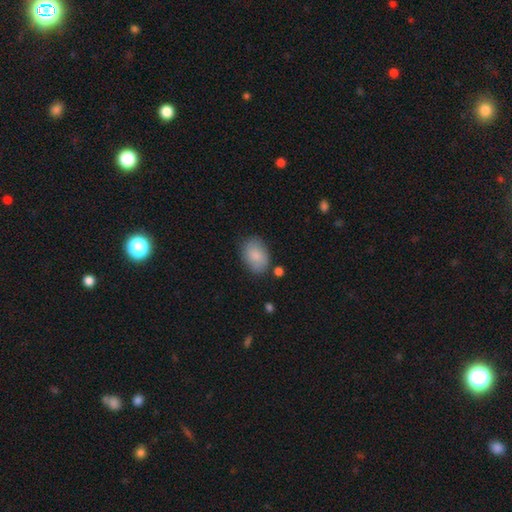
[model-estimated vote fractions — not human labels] Smooth or featured: smooth — 85% (featured or disk — 8%)
How rounded: in between — 83% (round — 16%)
Merging: none — 77% (minor disturbance — 16%)